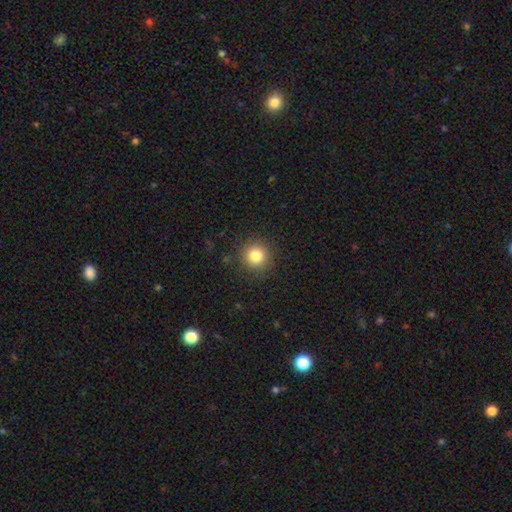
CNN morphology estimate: This appears to be a smooth galaxy with no disk features (83%) that is round (93%). Merging: none (89%).